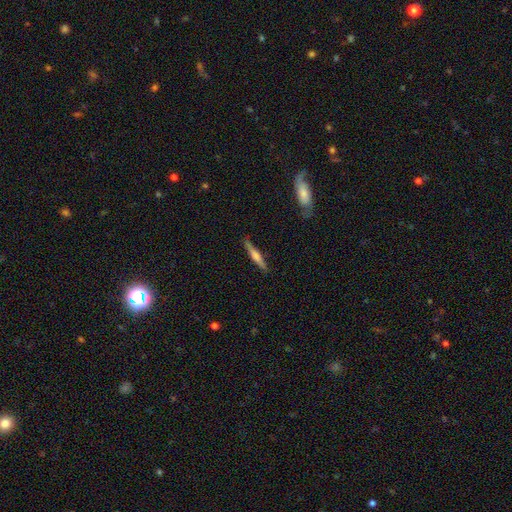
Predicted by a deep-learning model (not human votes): The model was most divided on "smooth or featured": featured or disk: 49%, smooth: 45%, star or artifact: 6%. More confident: merging — none (85%).